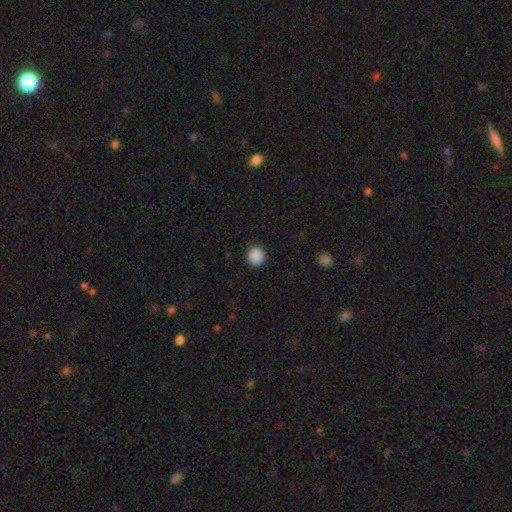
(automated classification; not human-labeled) A smooth galaxy with no disk features (89%) that is round (93%). Merging: none (92%).